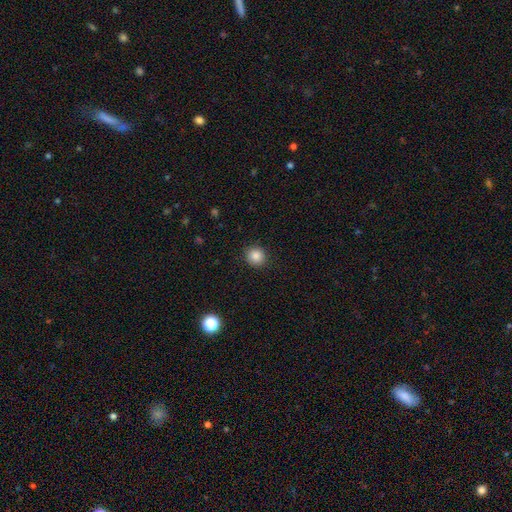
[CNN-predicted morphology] Smooth or featured: smooth — 86% (star or artifact — 10%)
How rounded: round — 88% (in between — 11%)
Merging: none — 90% (minor disturbance — 7%)